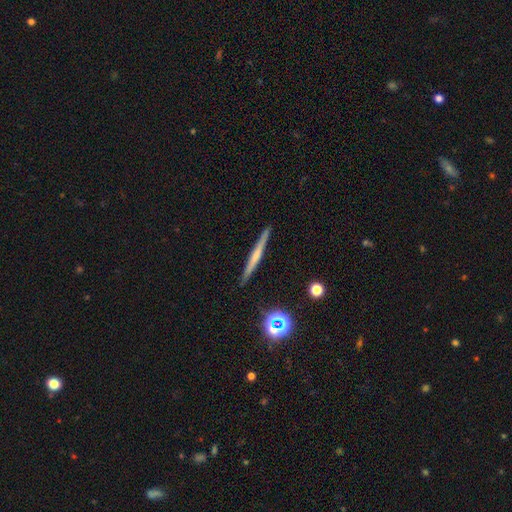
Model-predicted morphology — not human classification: This appears to be a featured or disk galaxy (55%) viewed edge-on (97%) with no central bulge (56%). Merging: none (91%).